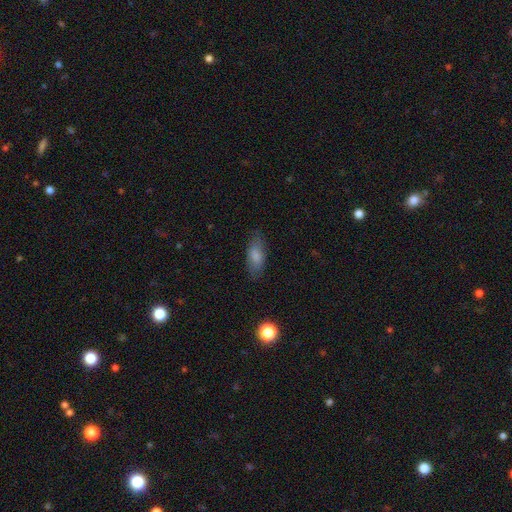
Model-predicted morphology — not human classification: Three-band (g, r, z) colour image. It shows a smooth galaxy with no disk features (81%) that is in between round and cigar-shaped (79%). Merging: none (80%).